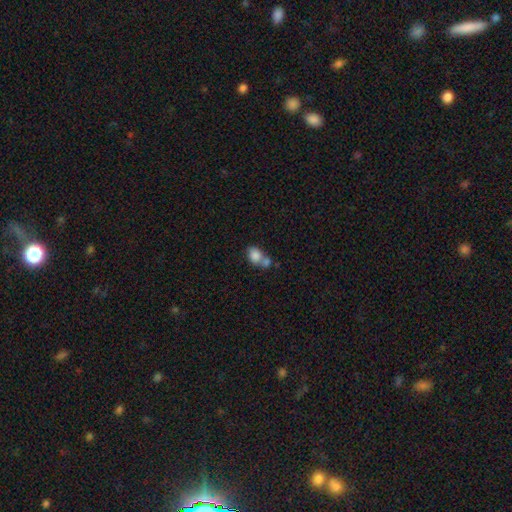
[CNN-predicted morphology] smooth 81%, featured or disk 11%, star or artifact 9%. Down the decision tree: how rounded — in between (62%); merging — merger (57%).